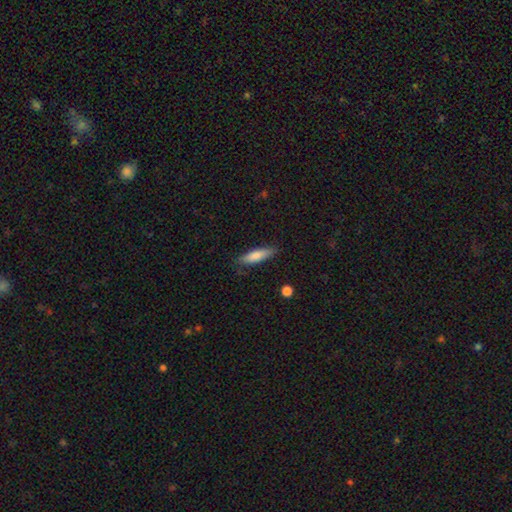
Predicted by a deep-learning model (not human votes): Q: Smooth or featured?
A: smooth (78%); runner-up: featured or disk (16%)
Q: How rounded?
A: cigar-shaped (68%); runner-up: in between (31%)
Q: Merging?
A: none (82%); runner-up: minor disturbance (14%)